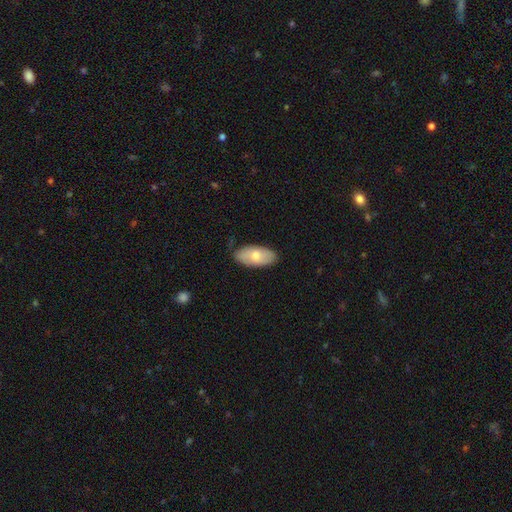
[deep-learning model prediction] This is likely a smooth galaxy (68%). How rounded: clearly in between (93%). Merging: clearly none (82%).